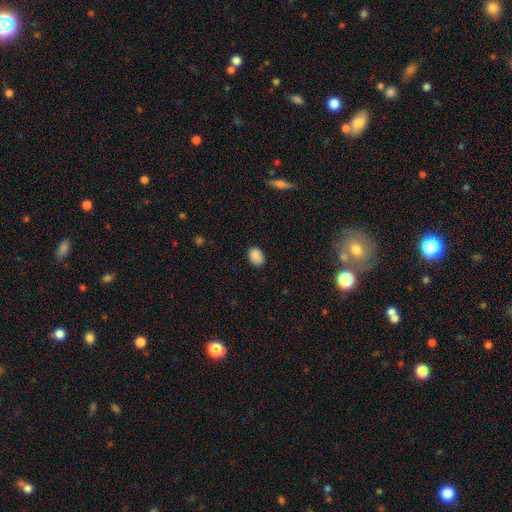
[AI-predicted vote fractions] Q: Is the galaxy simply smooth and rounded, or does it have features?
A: smooth — 89%.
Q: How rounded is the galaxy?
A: in between — 78%.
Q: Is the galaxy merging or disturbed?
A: none — 85%.